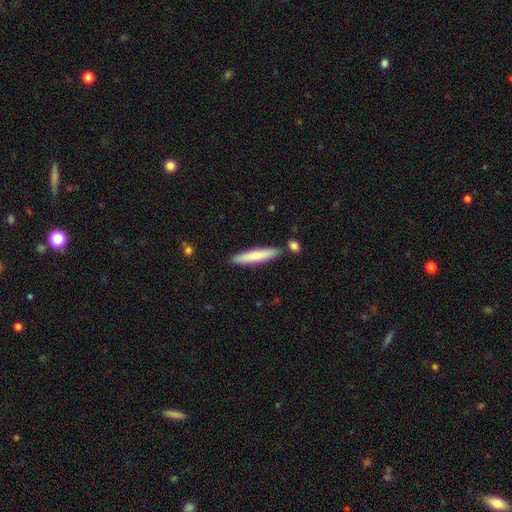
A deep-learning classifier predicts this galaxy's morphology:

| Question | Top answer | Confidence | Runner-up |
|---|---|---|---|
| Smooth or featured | smooth | 76% | featured or disk (19%) |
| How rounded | cigar-shaped | 91% | in between (8%) |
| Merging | none | 84% | minor disturbance (9%) |